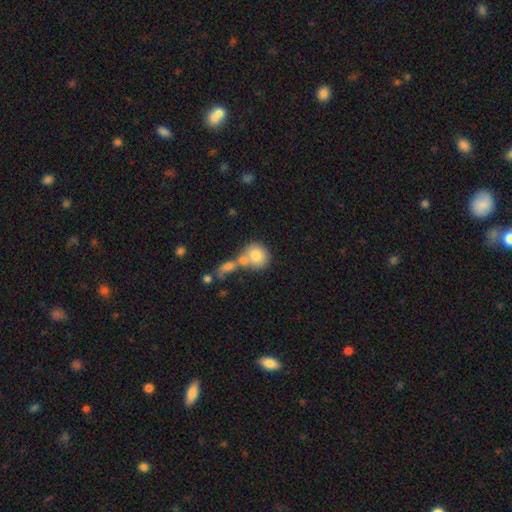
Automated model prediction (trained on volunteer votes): Morphology: type=smooth (78%); roundness=round (81%); merging=merger (47%).